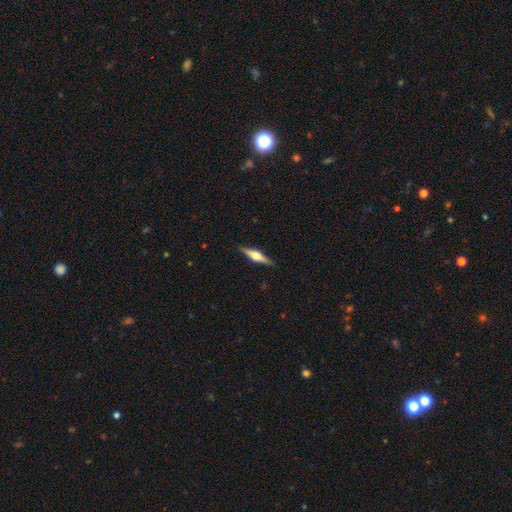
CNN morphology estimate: type=featured or disk (71%); edge-on=yes (97%); edge-on bulge=rounded (92%); merging=none (90%).